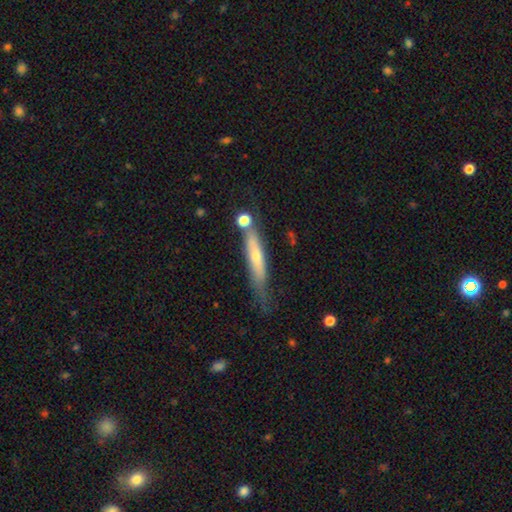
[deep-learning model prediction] A featured or disk galaxy (47%). Merging: none (59%).